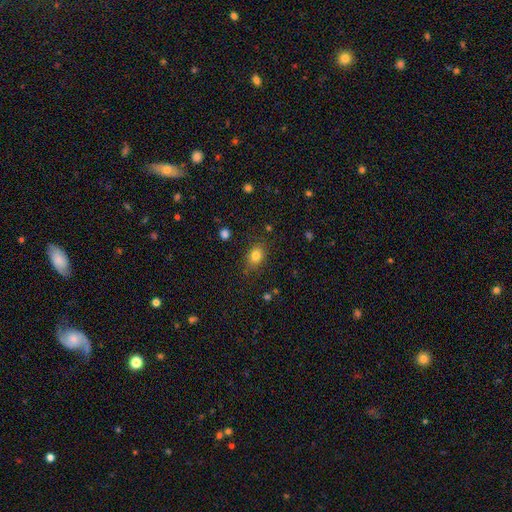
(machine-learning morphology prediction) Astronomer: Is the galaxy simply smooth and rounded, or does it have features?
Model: smooth — 81%.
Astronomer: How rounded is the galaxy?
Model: in between — 61% (runner-up: round, 37%).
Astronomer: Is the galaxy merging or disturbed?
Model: none — 80%.